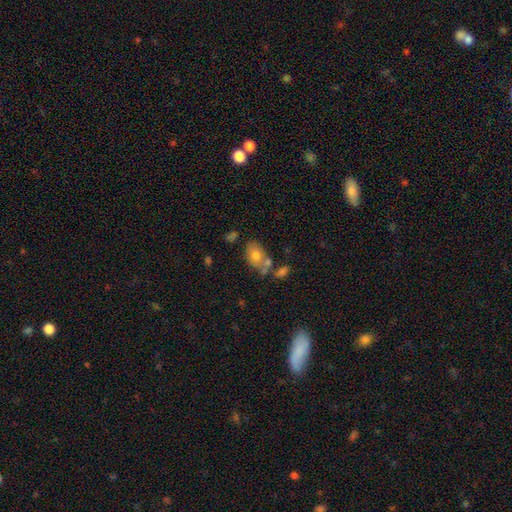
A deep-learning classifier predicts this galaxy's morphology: Smooth or featured: smooth — 68% (featured or disk — 23%)
How rounded: in between — 83% (round — 16%)
Merging: none — 50% (merger — 25%)